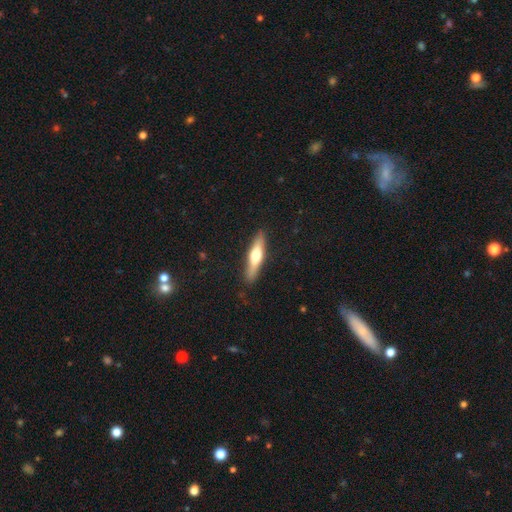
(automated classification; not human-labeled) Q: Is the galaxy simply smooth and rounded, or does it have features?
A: smooth — 49%.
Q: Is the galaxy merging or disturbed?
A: none — 88%.